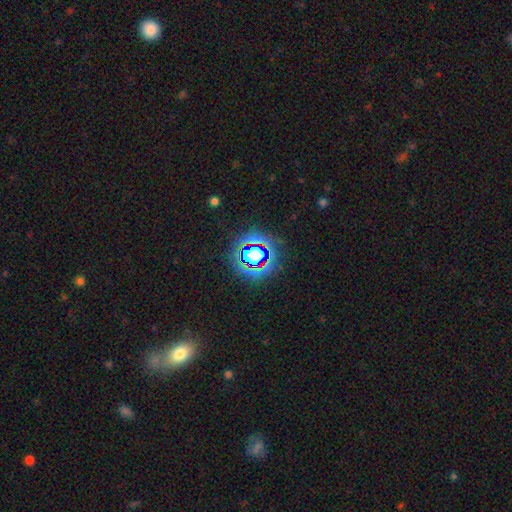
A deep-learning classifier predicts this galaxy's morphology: type=star or artifact (61%).